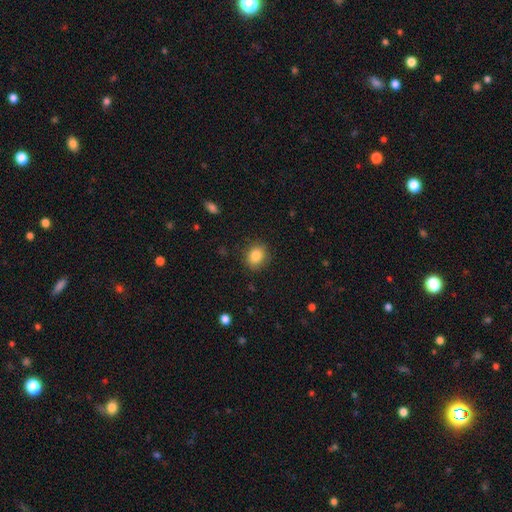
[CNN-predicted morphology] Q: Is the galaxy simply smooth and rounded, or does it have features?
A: smooth — 84%.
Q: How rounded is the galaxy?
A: round — 66%.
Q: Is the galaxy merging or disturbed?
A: none — 86%.